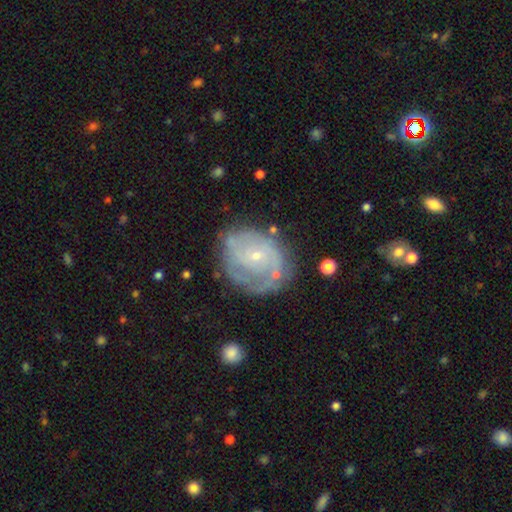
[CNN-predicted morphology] Smooth or featured: featured or disk — 73% (smooth — 20%)
Edge-on disk: no — 97% (yes — 3%)
Bar: no — 72% (weak — 24%)
Spiral arms: yes — 75% (no — 25%)
Spiral winding: tight — 57% (medium — 30%)
Spiral arm count: can't tell — 47% (2 — 28%)
Bulge size: small — 78% (moderate — 18%)
Merging: none — 58% (minor disturbance — 25%)